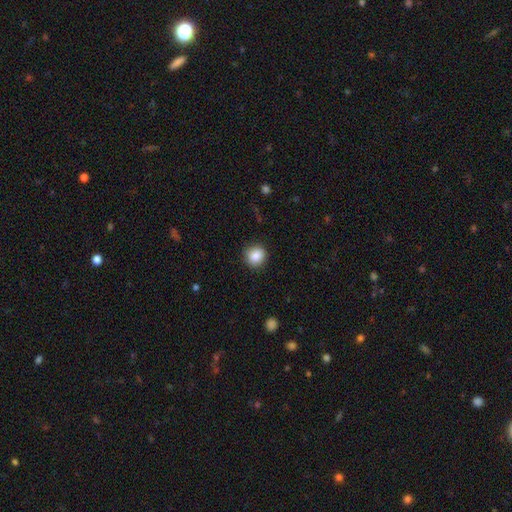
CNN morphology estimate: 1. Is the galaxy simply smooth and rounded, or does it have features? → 87% smooth, 9% star or artifact, 4% featured or disk.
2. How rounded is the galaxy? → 85% round, 14% in between, 1% cigar-shaped.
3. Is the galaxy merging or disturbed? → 87% none, 9% minor disturbance, 2% major disturbance, 1% merger.